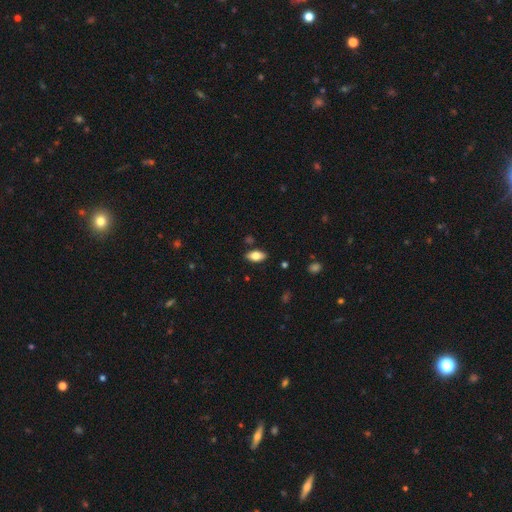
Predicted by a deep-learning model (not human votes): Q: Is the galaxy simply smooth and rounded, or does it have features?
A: smooth — 78%.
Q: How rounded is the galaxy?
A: in between — 90%.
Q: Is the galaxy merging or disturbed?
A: none — 86%.